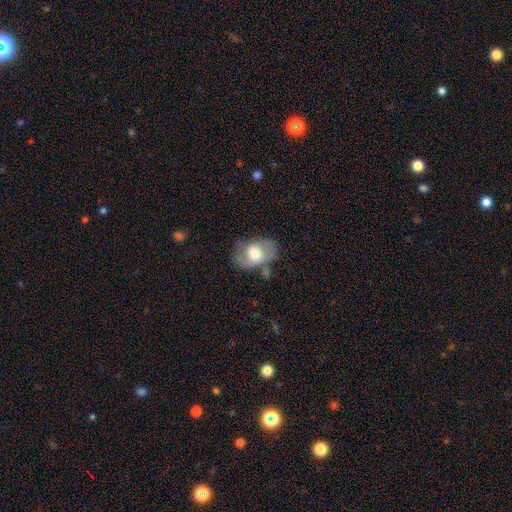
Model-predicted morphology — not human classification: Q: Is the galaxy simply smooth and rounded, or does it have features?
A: smooth — 47%.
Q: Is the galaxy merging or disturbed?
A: none — 51%.